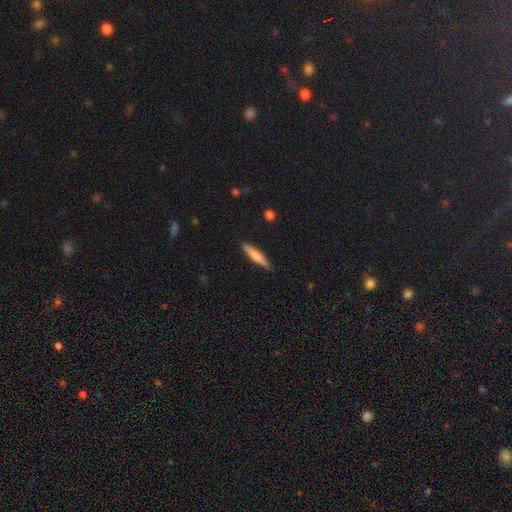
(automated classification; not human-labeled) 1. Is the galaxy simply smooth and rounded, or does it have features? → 70% smooth, 24% featured or disk, 6% star or artifact.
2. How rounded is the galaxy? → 89% cigar-shaped, 10% in between, 1% round.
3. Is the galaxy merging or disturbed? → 88% none, 9% minor disturbance, 2% major disturbance, 1% merger.